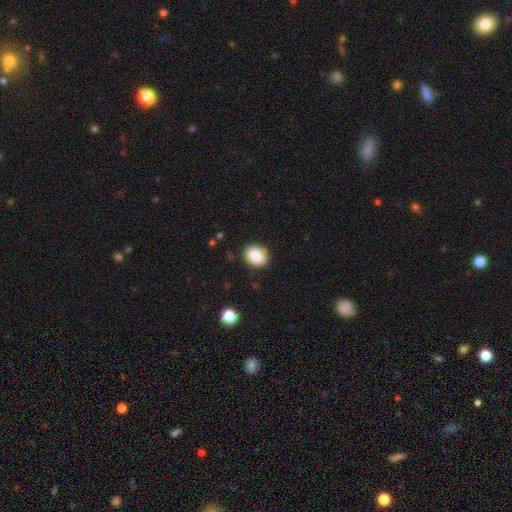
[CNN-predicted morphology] Overall: smooth (87%). How rounded: in between (59%; round 40%). Merging: none (82%).